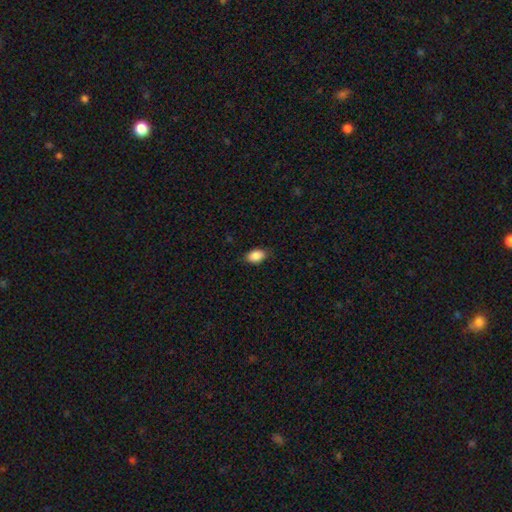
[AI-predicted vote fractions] This appears to be a smooth galaxy with no disk features (89%) that is in between round and cigar-shaped (89%). Merging: none (85%).